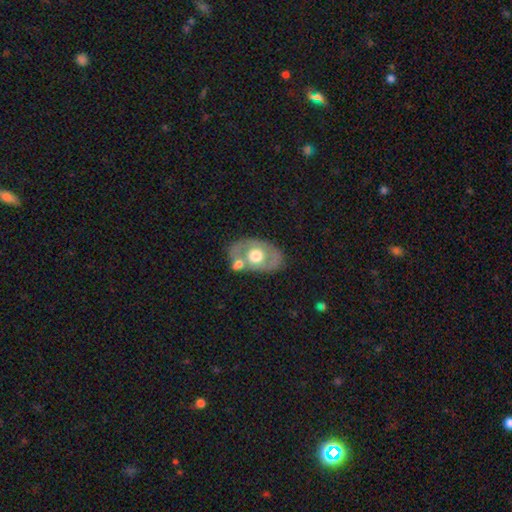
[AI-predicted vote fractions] Smooth or featured: featured or disk — 52% (smooth — 41%)
Edge-on disk: no — 91% (yes — 9%)
Merging: none — 57% (merger — 21%)